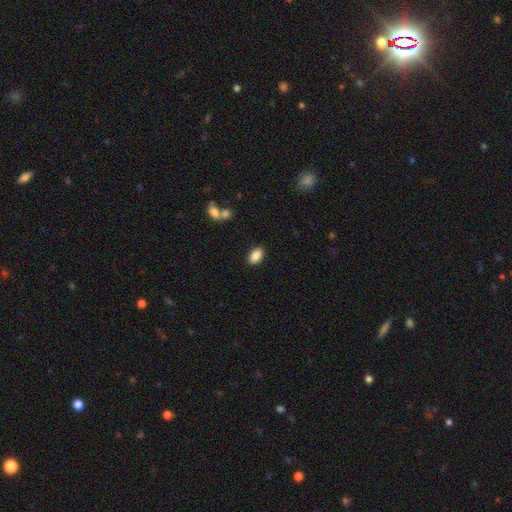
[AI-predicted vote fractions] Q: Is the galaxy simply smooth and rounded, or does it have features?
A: smooth — 87%.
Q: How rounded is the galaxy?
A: in between — 92%.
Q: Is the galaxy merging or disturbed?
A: none — 87%.